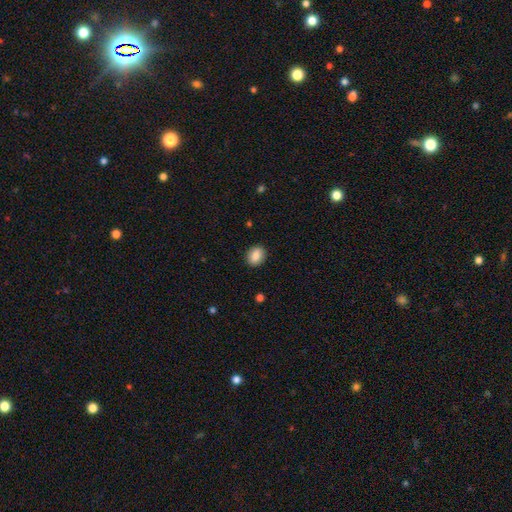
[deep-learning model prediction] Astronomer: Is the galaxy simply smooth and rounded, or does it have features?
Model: smooth — 87%.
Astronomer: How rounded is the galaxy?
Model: in between — 52% (runner-up: round, 47%).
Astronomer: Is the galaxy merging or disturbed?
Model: none — 89%.